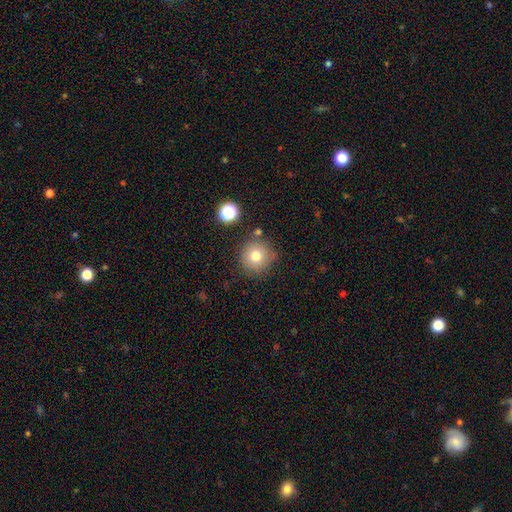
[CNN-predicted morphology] Smooth or featured? Predicted: smooth (p=0.77). How rounded? Predicted: round (p=0.94). Merging? Predicted: none (p=0.80).